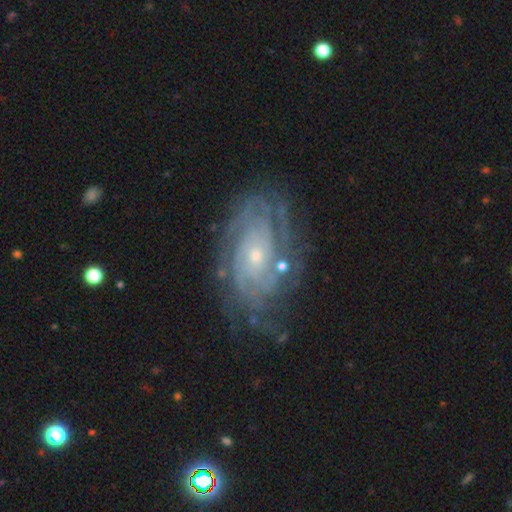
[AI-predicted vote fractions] Morphology: type=featured or disk (86%); edge-on=no (96%); bar=no (76%); spiral arms=yes (96%); winding=tight (78%); arm count=can't tell (37%); bulge=small (74%); merging=none (72%).